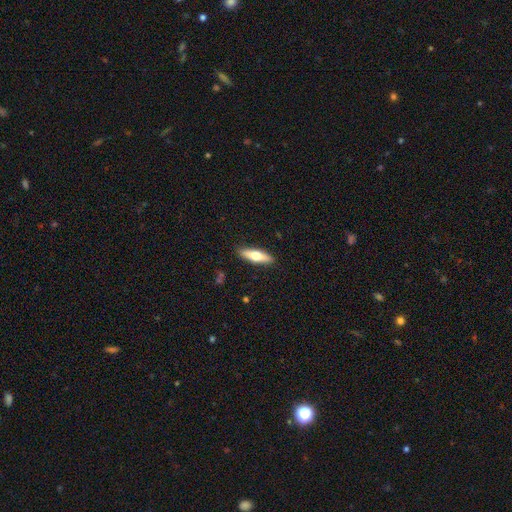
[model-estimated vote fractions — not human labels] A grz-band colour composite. It shows a smooth galaxy with no disk features (60%) that is cigar-shaped (63%). Merging: none (89%).